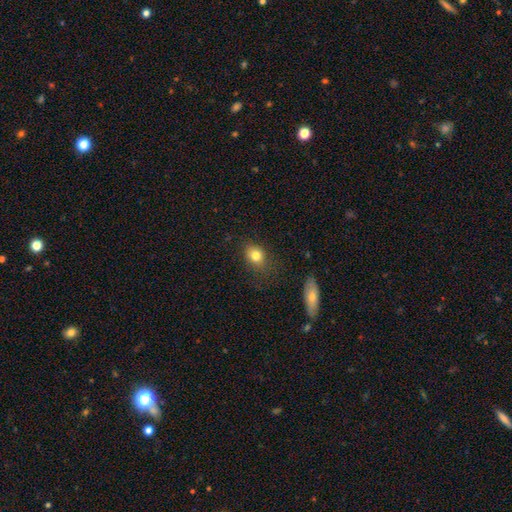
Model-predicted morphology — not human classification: Smooth or featured: smooth — 80% (star or artifact — 11%)
How rounded: in between — 55% (round — 44%)
Merging: none — 77% (minor disturbance — 16%)